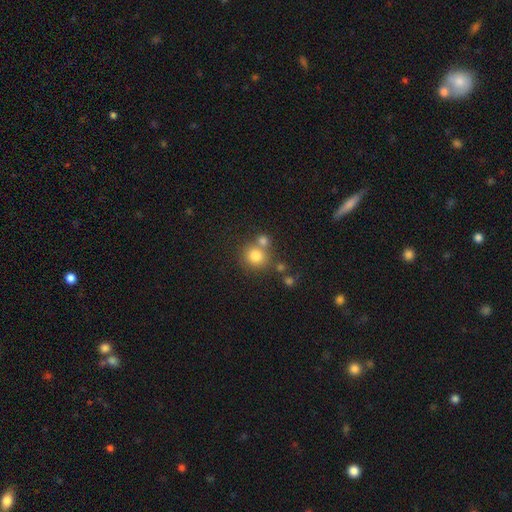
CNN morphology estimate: type=smooth (79%); roundness=round (86%); merging=none (57%).